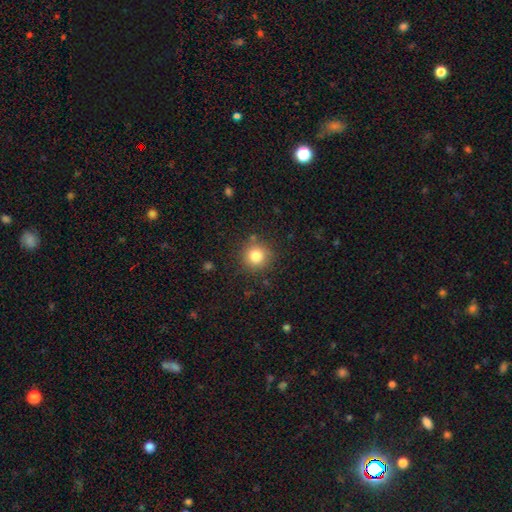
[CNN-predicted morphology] smooth 81%, star or artifact 12%, featured or disk 7%. Down the decision tree: how rounded — round (93%); merging — none (86%).